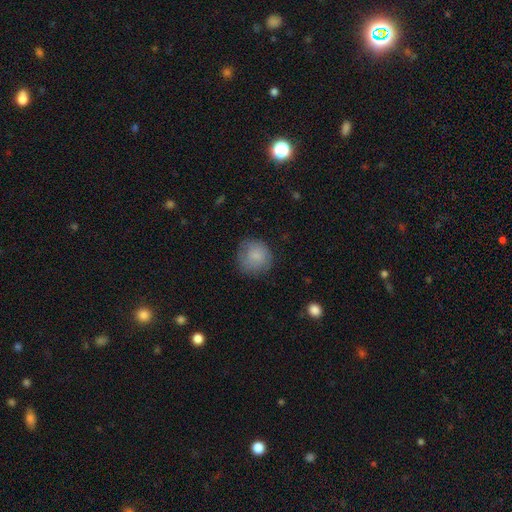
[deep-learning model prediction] This is clearly a smooth galaxy (83%). How rounded: clearly round (90%). Merging: likely none (75%).